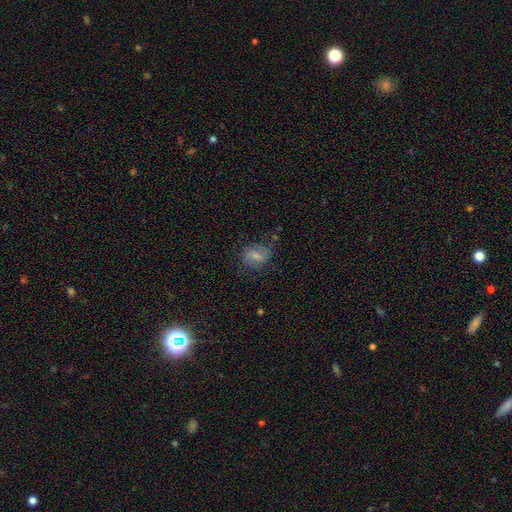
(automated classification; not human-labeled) smooth_or_featured: smooth (p=0.57) [alt: featured or disk p=0.33]
how_rounded: in between (p=0.56) [alt: round p=0.42]
merging: none (p=0.61) [alt: minor disturbance p=0.24]